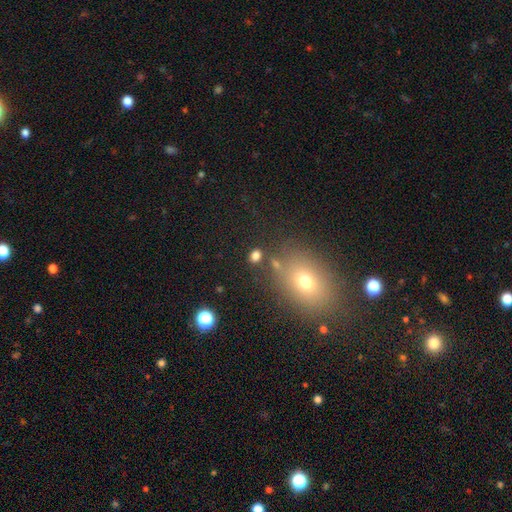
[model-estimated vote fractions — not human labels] A smooth galaxy with no disk features (77%) that is in between round and cigar-shaped (51%).

Vote fractions:
- Smooth or featured? smooth: 77% / star or artifact: 16% / featured or disk: 7%
- How rounded? in between: 51% / round: 47% / cigar-shaped: 2%
- Merging? none: 76% / minor disturbance: 10% / merger: 9% / major disturbance: 5%